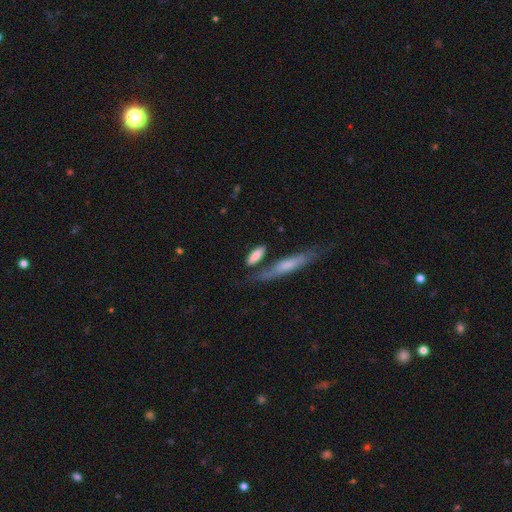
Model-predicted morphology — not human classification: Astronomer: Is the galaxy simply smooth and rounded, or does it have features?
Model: smooth — 80%.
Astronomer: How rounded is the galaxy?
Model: in between — 58% (runner-up: cigar-shaped, 39%).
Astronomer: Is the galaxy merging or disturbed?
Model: none — 62%.